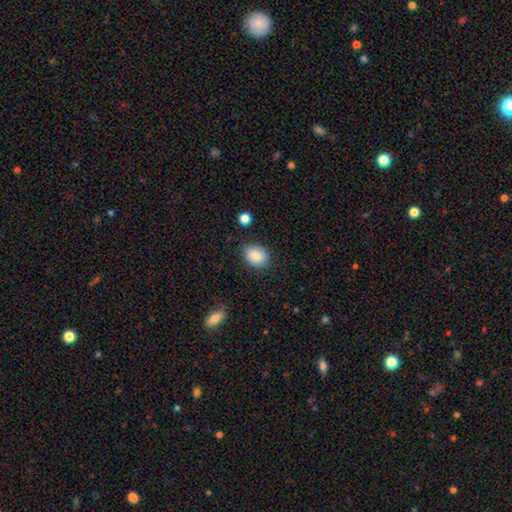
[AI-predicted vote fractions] This is clearly a smooth galaxy (87%). How rounded: likely in between (70%). Merging: clearly none (83%).